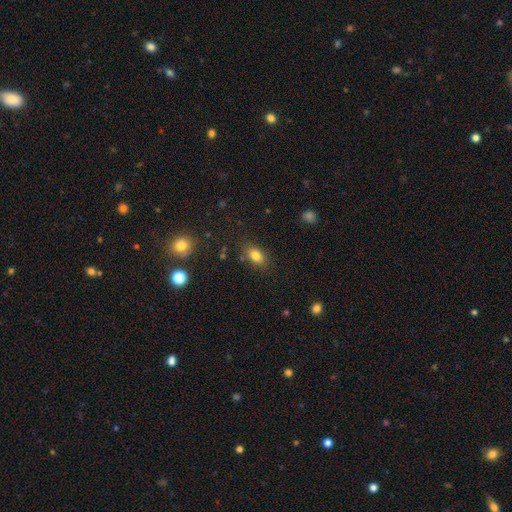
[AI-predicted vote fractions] A smooth galaxy with no disk features (82%) that is in between round and cigar-shaped (83%).

Vote fractions:
- Smooth or featured? smooth: 82% / star or artifact: 11% / featured or disk: 8%
- How rounded? in between: 83% / round: 14% / cigar-shaped: 3%
- Merging? none: 82% / minor disturbance: 12% / major disturbance: 3% / merger: 2%